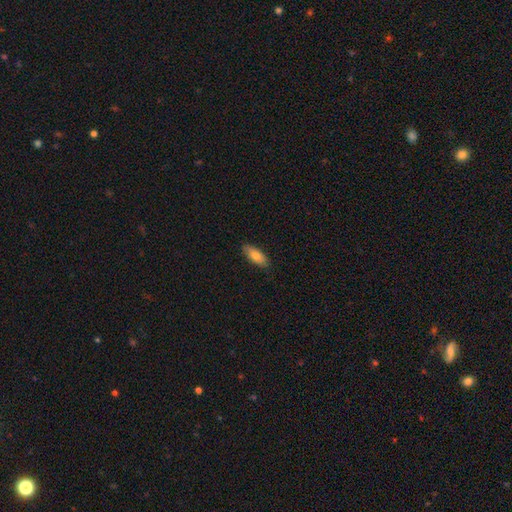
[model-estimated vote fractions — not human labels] A smooth galaxy with no disk features (79%) that is in between round and cigar-shaped (75%).

Vote fractions:
- Smooth or featured? smooth: 79% / featured or disk: 15% / star or artifact: 6%
- How rounded? in between: 75% / cigar-shaped: 23% / round: 2%
- Merging? none: 85% / minor disturbance: 12% / major disturbance: 2% / merger: 1%